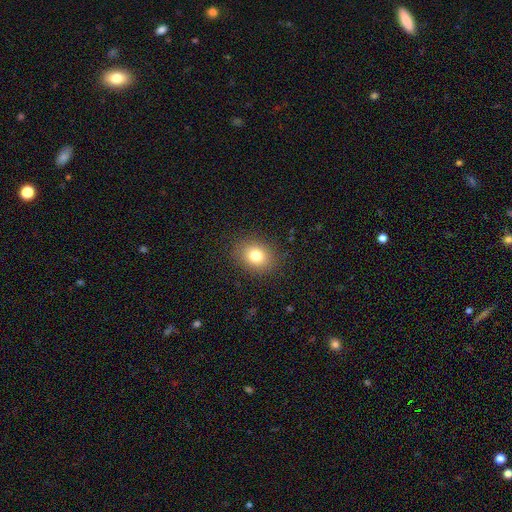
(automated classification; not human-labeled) smooth-or-featured: smooth: 79% | star or artifact: 12% | featured or disk: 9%
  how-rounded: round: 52% | in between: 47% | cigar-shaped: 1%
  merging: none: 88% | minor disturbance: 8% | major disturbance: 3% | merger: 1%